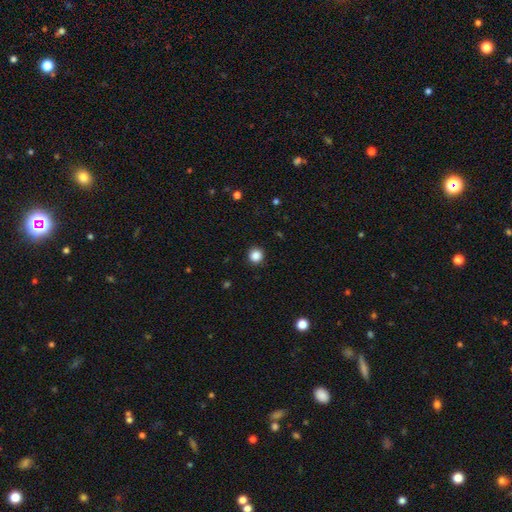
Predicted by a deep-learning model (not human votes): Smooth or featured: smooth — 87% (star or artifact — 11%)
How rounded: round — 94% (in between — 5%)
Merging: none — 92% (minor disturbance — 5%)